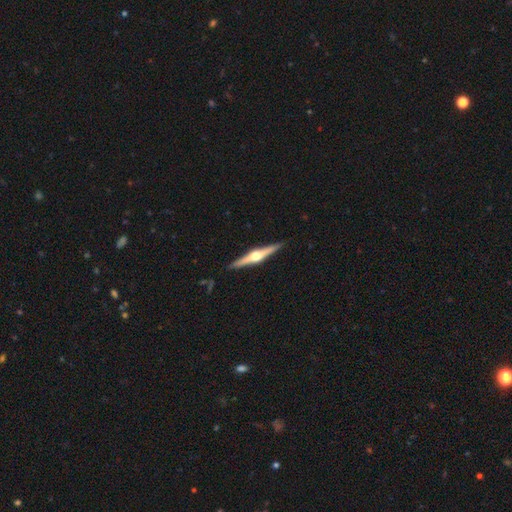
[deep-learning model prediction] Overall: featured or disk (80%). Edge-on disk: yes (98%). Edge-on bulge: rounded (95%). Merging: none (91%).